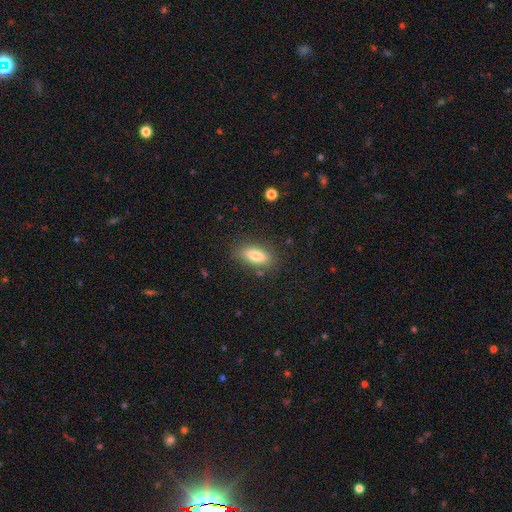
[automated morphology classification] smooth-or-featured: smooth: 78% | featured or disk: 14% | star or artifact: 8%
  how-rounded: in between: 77% | cigar-shaped: 20% | round: 3%
  merging: none: 82% | minor disturbance: 12% | major disturbance: 3% | merger: 2%